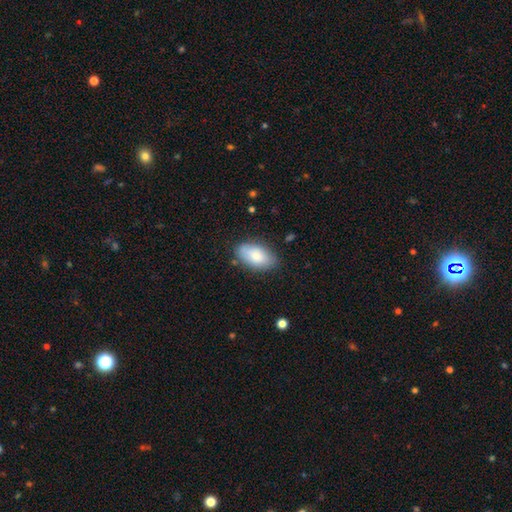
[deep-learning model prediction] smooth_or_featured: smooth (p=0.79) [alt: featured or disk p=0.15]
how_rounded: in between (p=0.94) [alt: round p=0.04]
merging: none (p=0.80) [alt: minor disturbance p=0.15]